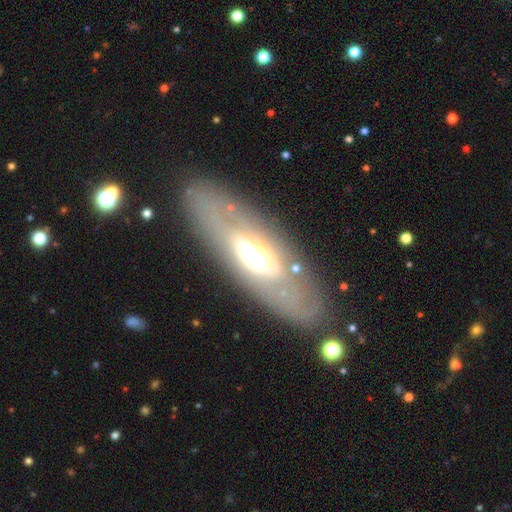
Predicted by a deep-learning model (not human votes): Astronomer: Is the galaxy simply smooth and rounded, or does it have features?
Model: featured or disk — 64%.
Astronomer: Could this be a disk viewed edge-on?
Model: no — 66%.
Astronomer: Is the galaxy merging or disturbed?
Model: none — 80%.